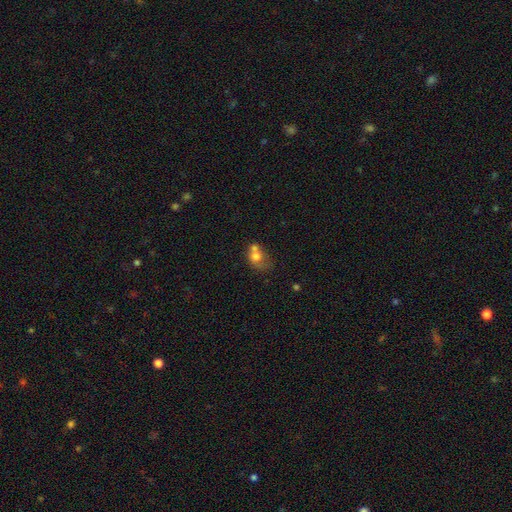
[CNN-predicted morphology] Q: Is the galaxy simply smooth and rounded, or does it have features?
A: smooth — 68%.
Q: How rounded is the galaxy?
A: in between — 50%.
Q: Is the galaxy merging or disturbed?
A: merger — 57%.